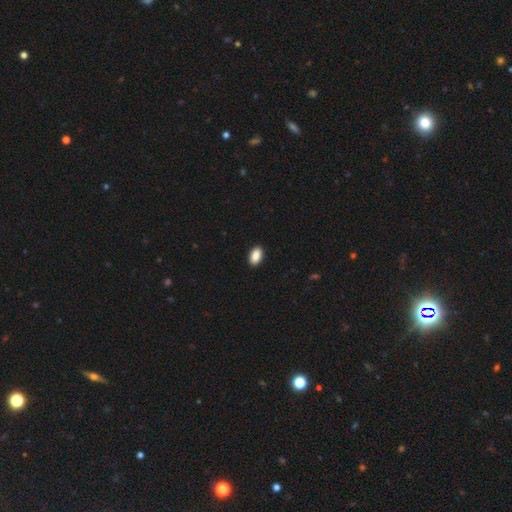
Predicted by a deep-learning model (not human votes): smooth_or_featured: smooth (p=0.90) [alt: star or artifact p=0.07]
how_rounded: in between (p=0.93) [alt: round p=0.04]
merging: none (p=0.91) [alt: minor disturbance p=0.07]